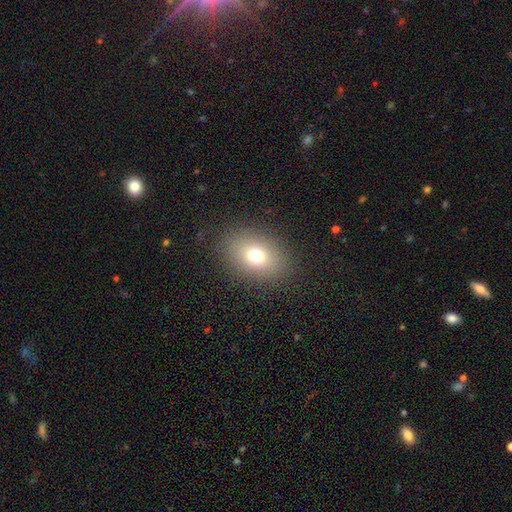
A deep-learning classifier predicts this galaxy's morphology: smooth_or_featured: smooth (p=0.73) [alt: star or artifact p=0.14]
how_rounded: in between (p=0.68) [alt: round p=0.31]
merging: none (p=0.86) [alt: minor disturbance p=0.09]